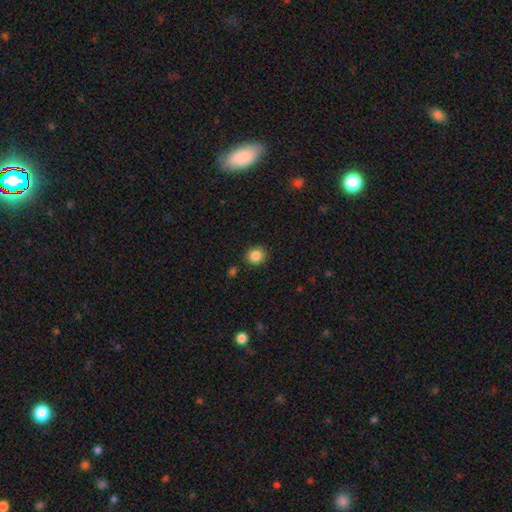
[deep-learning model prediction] smooth 86%, star or artifact 10%, featured or disk 4%. Down the decision tree: how rounded — round (85%); merging — none (89%).